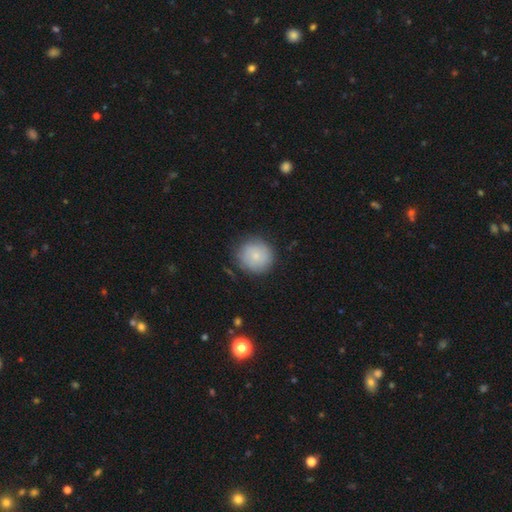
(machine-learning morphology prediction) A smooth galaxy with no disk features (79%) that is round (93%).

Vote fractions:
- Smooth or featured? smooth: 79% / featured or disk: 14% / star or artifact: 7%
- How rounded? round: 93% / in between: 6% / cigar-shaped: 1%
- Merging? none: 81% / minor disturbance: 13% / major disturbance: 4% / merger: 1%